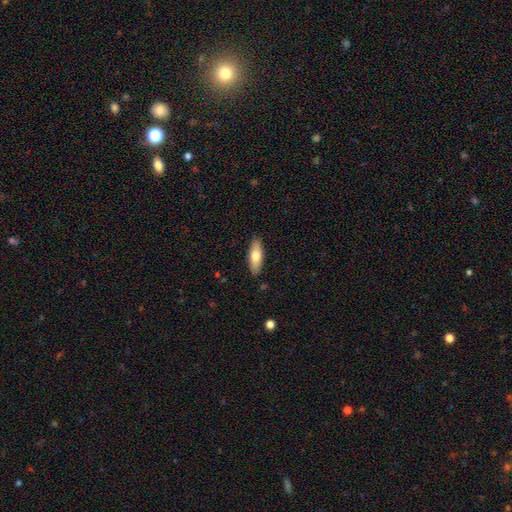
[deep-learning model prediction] The model was most divided on "how rounded": in between: 56%, cigar-shaped: 42%, round: 2%. More confident: merging — none (88%); smooth or featured — smooth (68%).